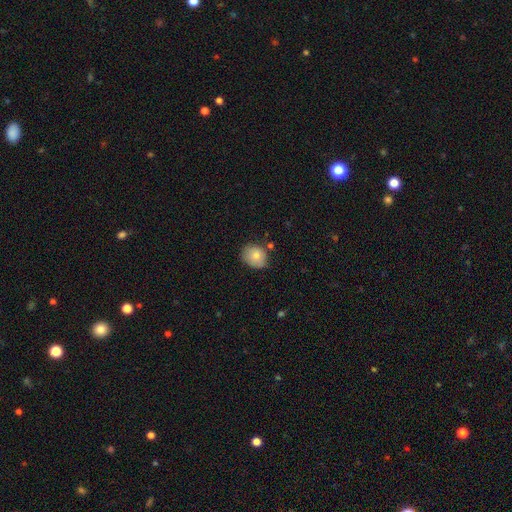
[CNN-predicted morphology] Overall: smooth (80%). How rounded: round (65%; in between 35%). Merging: none (67%).